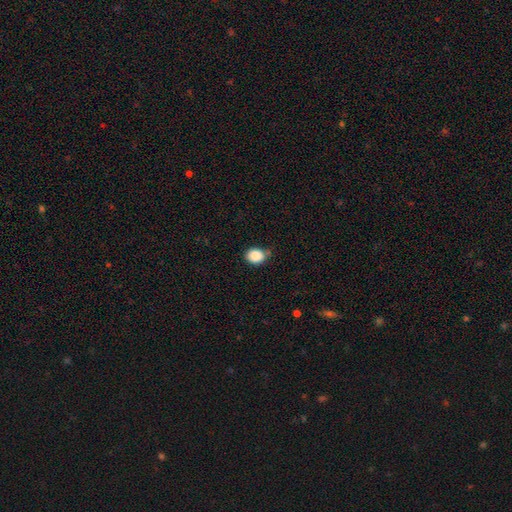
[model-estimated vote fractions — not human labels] Smooth or featured? smooth (88%)
How rounded? round (55%)
Merging? none (69%)